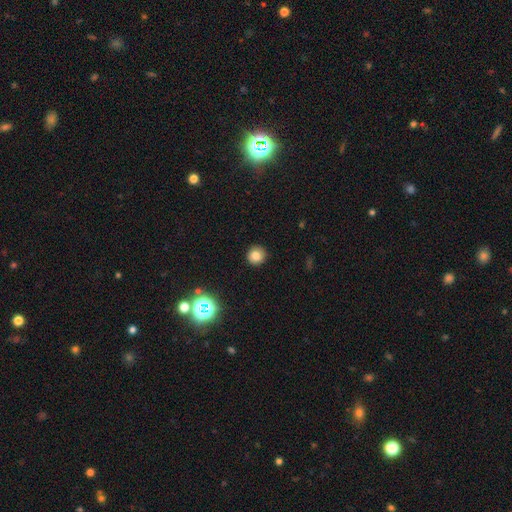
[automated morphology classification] smooth-or-featured: smooth: 79% | star or artifact: 14% | featured or disk: 7%
  how-rounded: round: 93% | in between: 6% | cigar-shaped: 1%
  merging: none: 91% | minor disturbance: 6% | major disturbance: 2% | merger: 1%